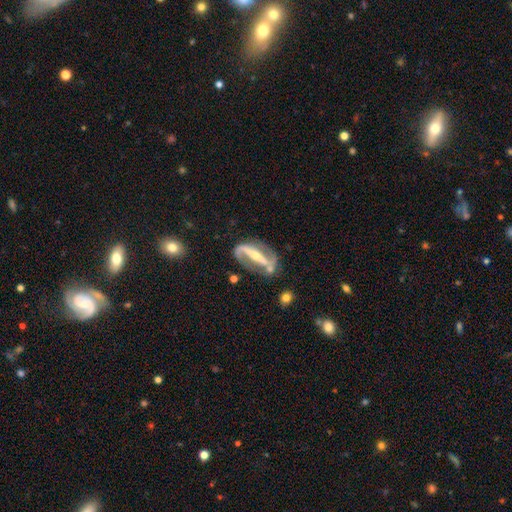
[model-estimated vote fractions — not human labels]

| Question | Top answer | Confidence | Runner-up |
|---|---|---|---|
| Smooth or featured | featured or disk | 89% | smooth (7%) |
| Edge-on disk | no | 89% | yes (11%) |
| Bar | strong | 76% | weak (14%) |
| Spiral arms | yes | 92% | no (8%) |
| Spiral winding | loose | 46% | medium (38%) |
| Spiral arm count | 2 | 88% | 1 (6%) |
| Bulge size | small | 55% | moderate (38%) |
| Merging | none | 70% | minor disturbance (16%) |